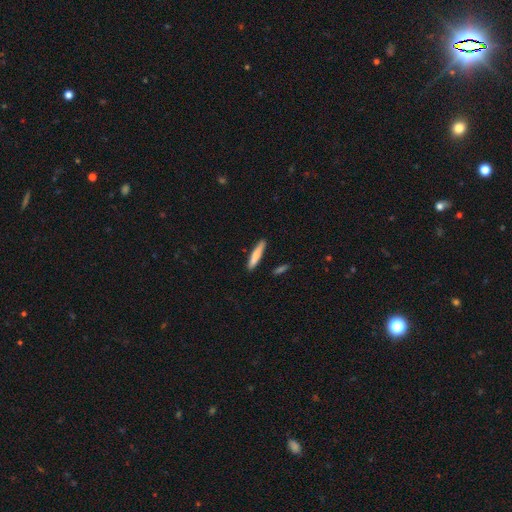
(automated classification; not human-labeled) Overall: smooth (74%). How rounded: cigar-shaped (90%). Merging: none (87%).